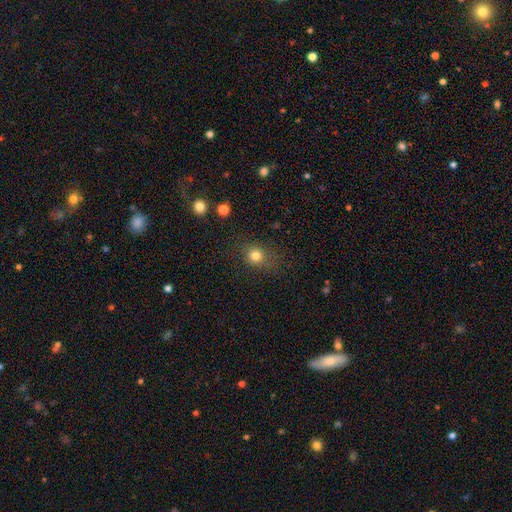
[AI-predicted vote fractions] smooth_or_featured: smooth (p=0.79) [alt: star or artifact p=0.14]
how_rounded: round (p=0.77) [alt: in between p=0.22]
merging: none (p=0.76) [alt: minor disturbance p=0.15]